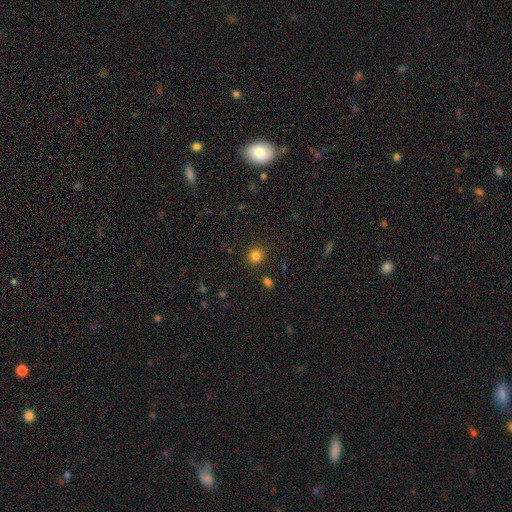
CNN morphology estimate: This is clearly a smooth galaxy (83%). How rounded: clearly round (84%). Merging: clearly none (88%).